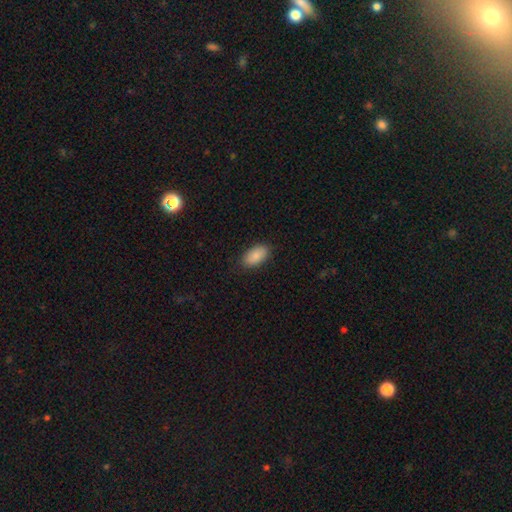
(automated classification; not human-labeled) smooth-or-featured: smooth: 87% | star or artifact: 7% | featured or disk: 6%
  how-rounded: in between: 94% | round: 4% | cigar-shaped: 2%
  merging: none: 86% | minor disturbance: 10% | major disturbance: 2% | merger: 1%